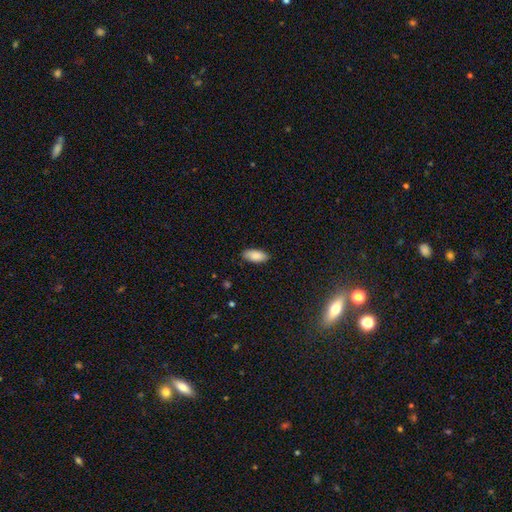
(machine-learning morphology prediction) Smooth or featured? smooth (87%)
How rounded? in between (90%)
Merging? none (86%)